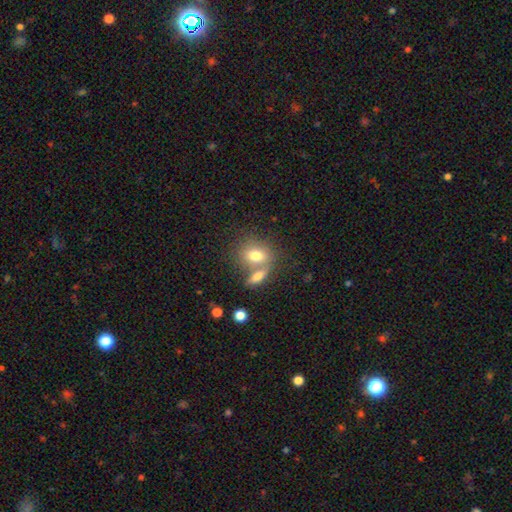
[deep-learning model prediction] This appears to be a smooth galaxy with no disk features (75%) that is in between round and cigar-shaped (52%). Merging: none (44%).